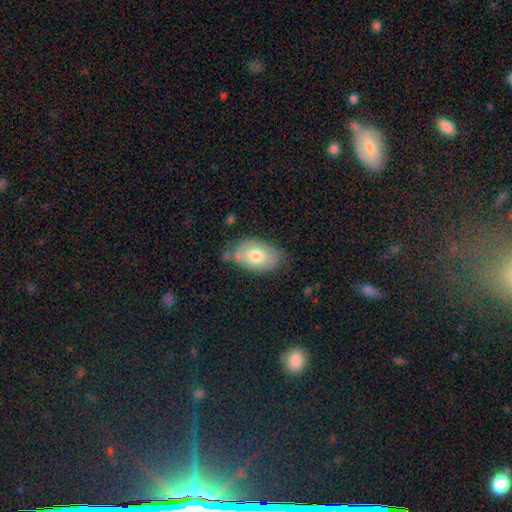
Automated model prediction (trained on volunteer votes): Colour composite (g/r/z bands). It shows a smooth galaxy with no disk features (71%) that is in between round and cigar-shaped (89%). Merging: none (63%).